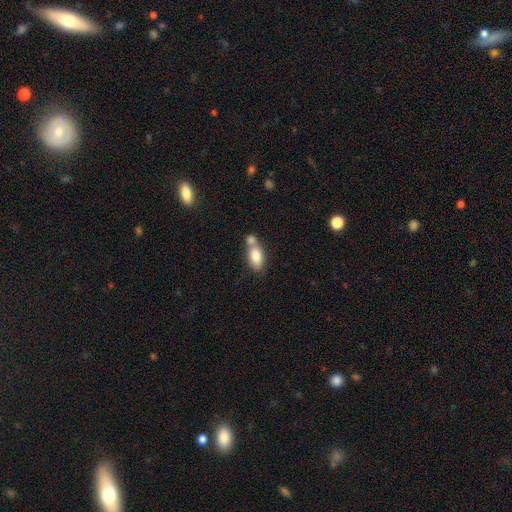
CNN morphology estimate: Smooth or featured? Predicted: smooth (p=0.80). How rounded? Predicted: in between (p=0.88). Merging? Predicted: merger (p=0.46).